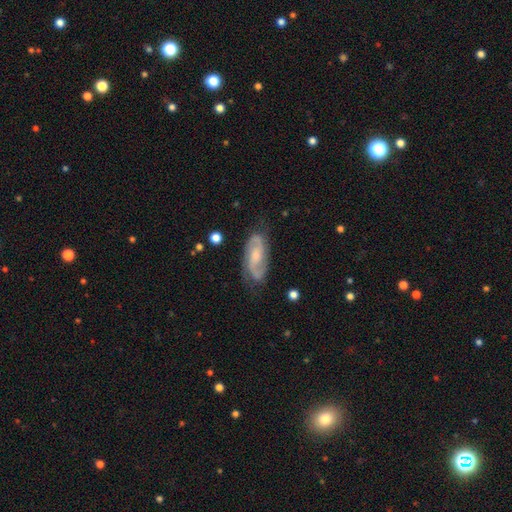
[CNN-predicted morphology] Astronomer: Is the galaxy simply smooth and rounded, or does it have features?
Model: featured or disk — 82%.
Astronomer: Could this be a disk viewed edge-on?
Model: no — 94%.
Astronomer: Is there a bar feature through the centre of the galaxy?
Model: no — 45% (runner-up: weak, 43%).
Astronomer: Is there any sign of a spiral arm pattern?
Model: yes — 96%.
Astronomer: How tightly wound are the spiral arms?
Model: medium — 51% (runner-up: tight, 31%).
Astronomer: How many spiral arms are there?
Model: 2 — 87%.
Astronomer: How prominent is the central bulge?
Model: small — 37% (runner-up: moderate, 35%).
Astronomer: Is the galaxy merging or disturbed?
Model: none — 76%.